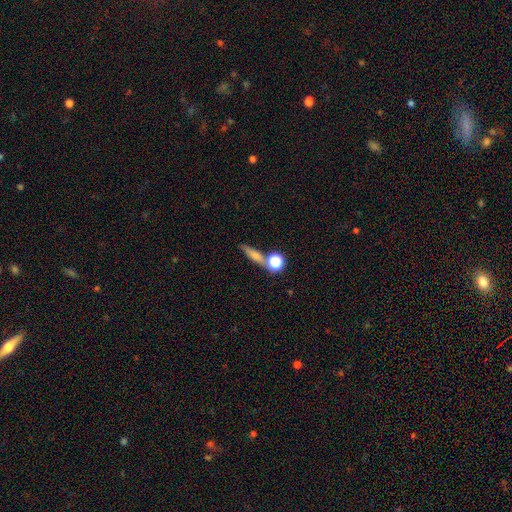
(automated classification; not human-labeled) Smooth or featured? Predicted: smooth (p=0.61). How rounded? Predicted: cigar-shaped (p=0.53). Merging? Predicted: none (p=0.63).